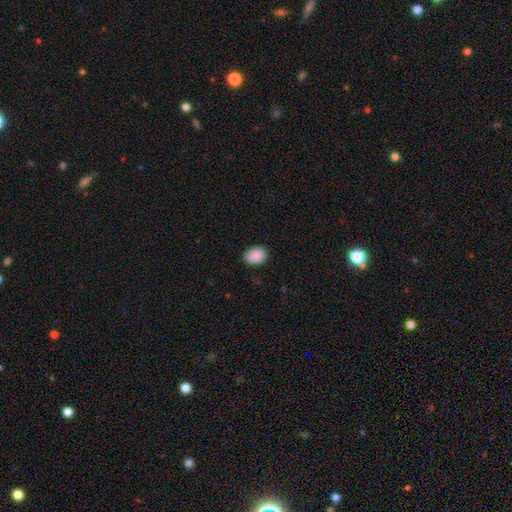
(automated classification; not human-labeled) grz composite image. It shows a smooth galaxy with no disk features (90%) that is in between round and cigar-shaped (66%). Merging: none (86%).